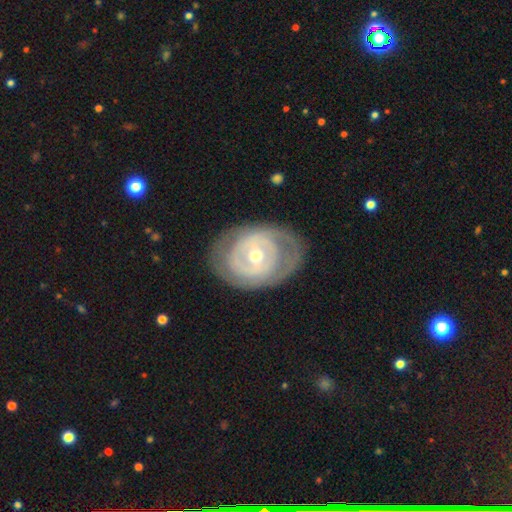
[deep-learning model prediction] smooth_or_featured: featured or disk (p=0.77) [alt: smooth p=0.18]
disk_edge_on: no (p=0.95) [alt: yes p=0.05]
bar: no (p=0.50) [alt: weak p=0.34]
has_spiral_arms: yes (p=0.59) [alt: no p=0.41]
bulge_size: moderate (p=0.52) [alt: small p=0.44]
merging: none (p=0.76) [alt: minor disturbance p=0.15]